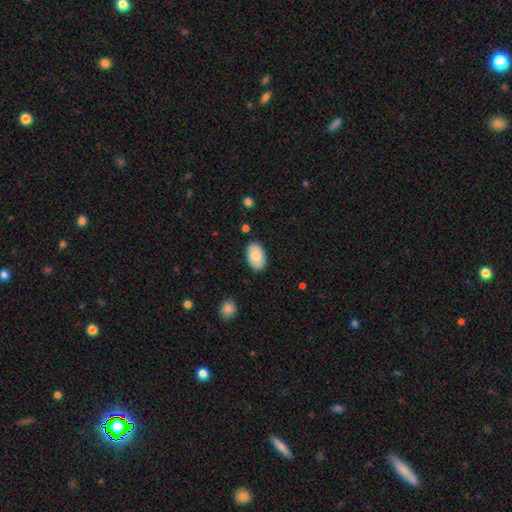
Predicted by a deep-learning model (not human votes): Q: Smooth or featured?
A: smooth (77%); runner-up: featured or disk (16%)
Q: How rounded?
A: in between (91%); runner-up: round (7%)
Q: Merging?
A: none (84%); runner-up: minor disturbance (12%)